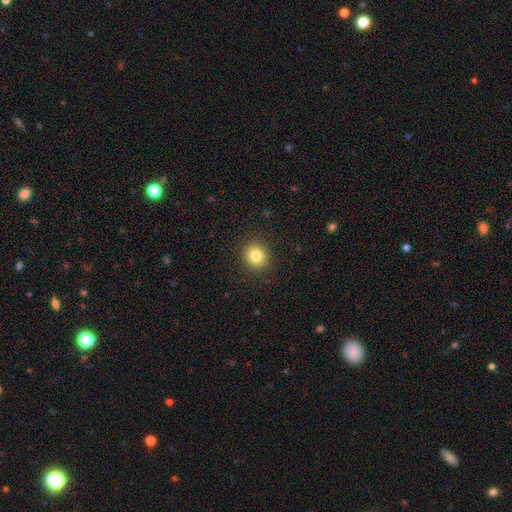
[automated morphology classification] smooth-or-featured: smooth: 83% | star or artifact: 11% | featured or disk: 6%
  how-rounded: round: 83% | in between: 16% | cigar-shaped: 1%
  merging: none: 90% | minor disturbance: 6% | major disturbance: 2% | merger: 1%